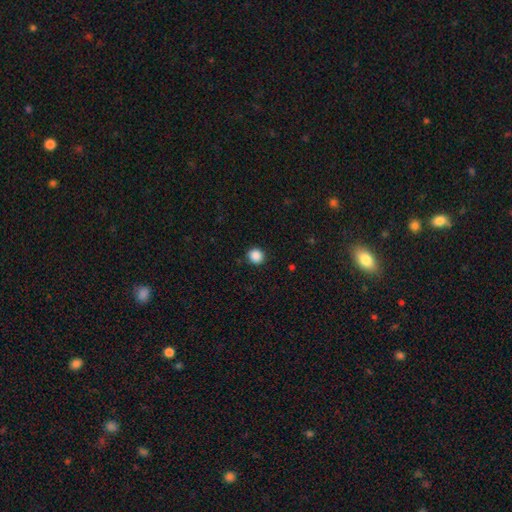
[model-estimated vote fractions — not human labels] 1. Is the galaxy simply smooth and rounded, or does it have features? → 88% smooth, 10% star or artifact, 2% featured or disk.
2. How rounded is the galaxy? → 90% round, 9% in between, 1% cigar-shaped.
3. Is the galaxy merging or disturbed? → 91% none, 6% minor disturbance, 2% major disturbance, 1% merger.